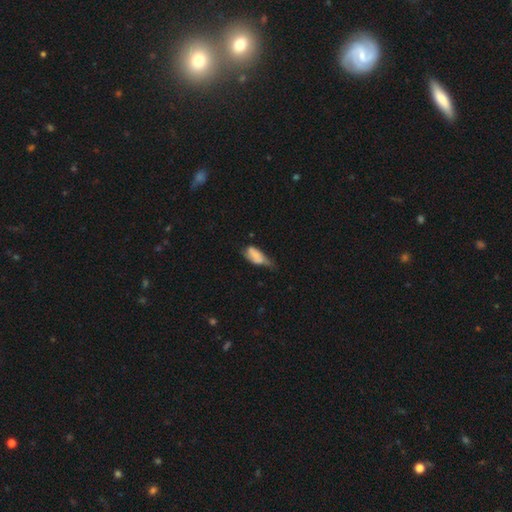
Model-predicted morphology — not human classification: smooth-or-featured: smooth: 63% | featured or disk: 29% | star or artifact: 8%
  how-rounded: in between: 85% | cigar-shaped: 12% | round: 3%
  merging: minor disturbance: 42% | major disturbance: 26% | none: 25% | merger: 7%